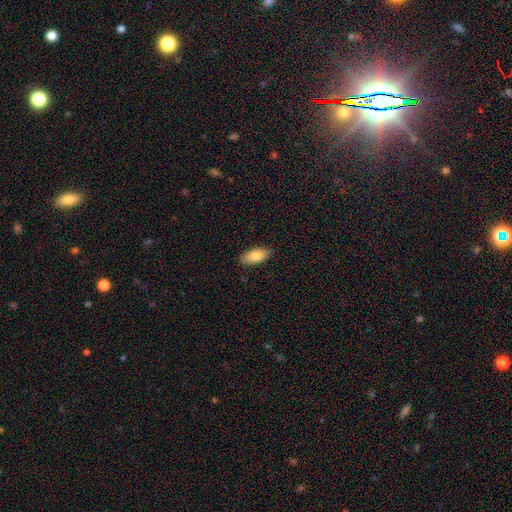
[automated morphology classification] A smooth galaxy with no disk features (84%) that is in between round and cigar-shaped (87%).

Vote fractions:
- Smooth or featured? smooth: 84% / featured or disk: 10% / star or artifact: 6%
- How rounded? in between: 87% / cigar-shaped: 10% / round: 2%
- Merging? none: 88% / minor disturbance: 9% / major disturbance: 2% / merger: 1%